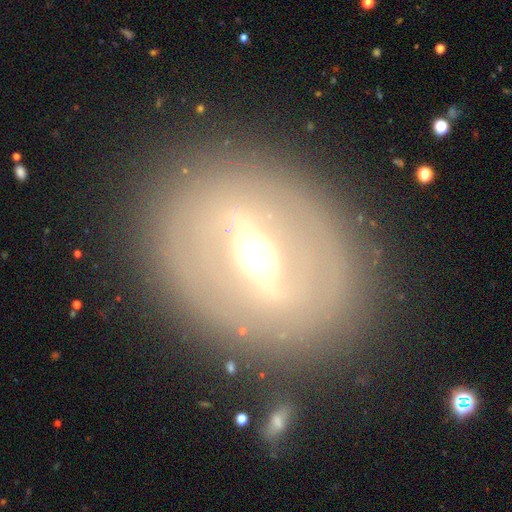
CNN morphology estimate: This is likely a featured or disk galaxy (73%). It is likely not viewed edge-on (76%). Bar: likely strong (60%). Spiral arm pattern: likely no (73%). Central bulge: likely moderate (61%). Merging: clearly none (82%).